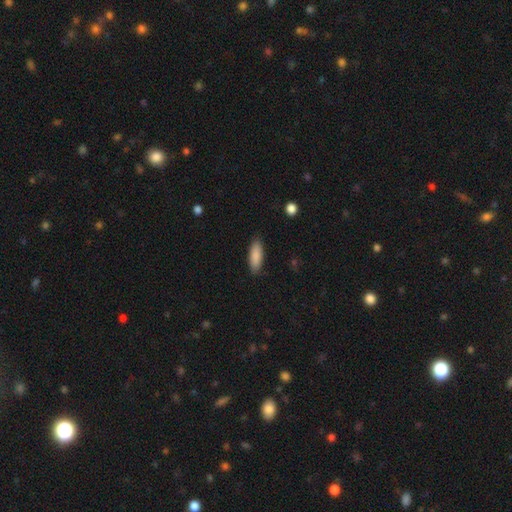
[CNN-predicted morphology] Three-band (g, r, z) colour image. It shows a smooth galaxy with no disk features (88%) that is in between round and cigar-shaped (61%). Merging: none (88%).